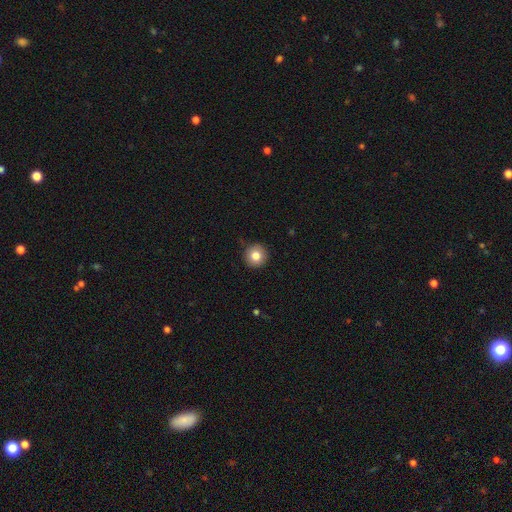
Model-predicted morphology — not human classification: The model was most divided on "smooth or featured": smooth: 82%, star or artifact: 10%, featured or disk: 9%. More confident: how rounded — round (96%); merging — none (90%).